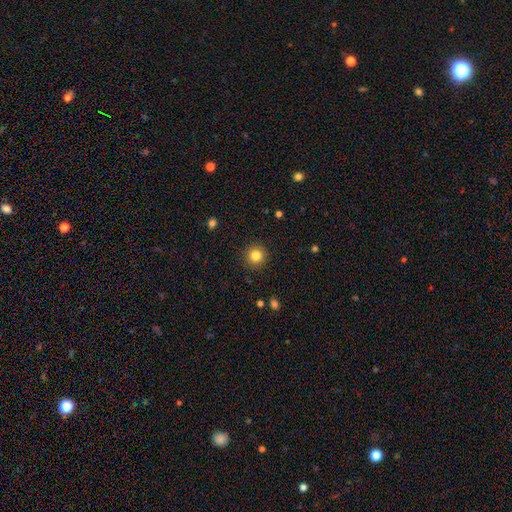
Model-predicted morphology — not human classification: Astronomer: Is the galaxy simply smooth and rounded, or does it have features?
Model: smooth — 83%.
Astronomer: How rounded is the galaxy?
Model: round — 94%.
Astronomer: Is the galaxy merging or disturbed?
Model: none — 91%.